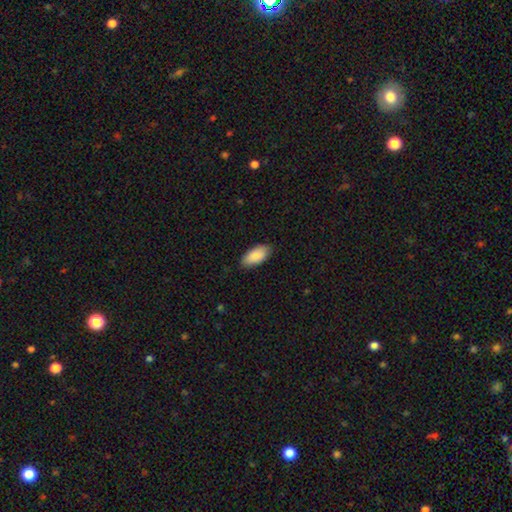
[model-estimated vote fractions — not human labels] This is clearly a smooth galaxy (89%). How rounded: clearly in between (92%). Merging: clearly none (85%).